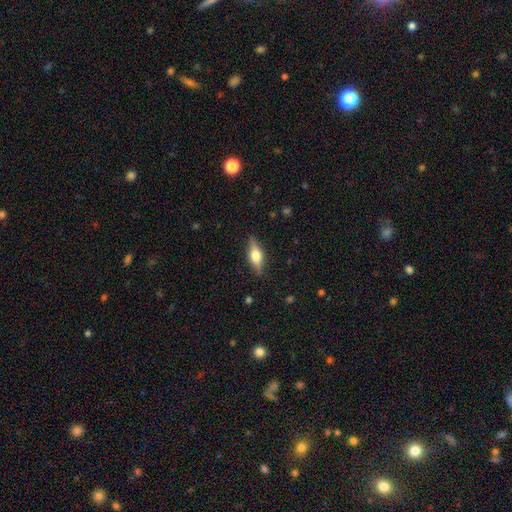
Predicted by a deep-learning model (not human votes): This is possibly a featured or disk galaxy (47%). Merging: clearly none (86%).